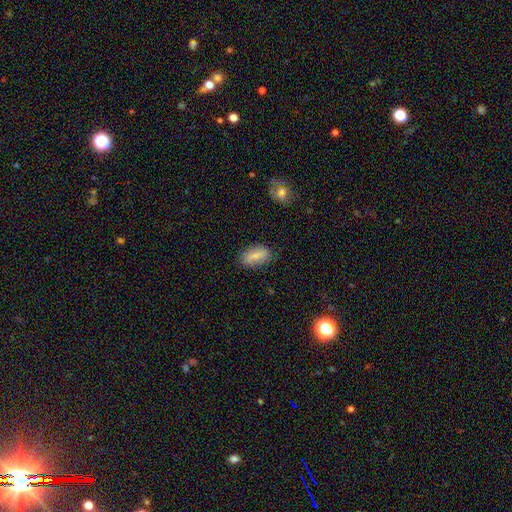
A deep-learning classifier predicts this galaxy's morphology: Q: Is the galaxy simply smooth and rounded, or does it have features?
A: smooth — 70%.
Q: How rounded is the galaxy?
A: in between — 86%.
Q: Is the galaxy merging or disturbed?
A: none — 78%.